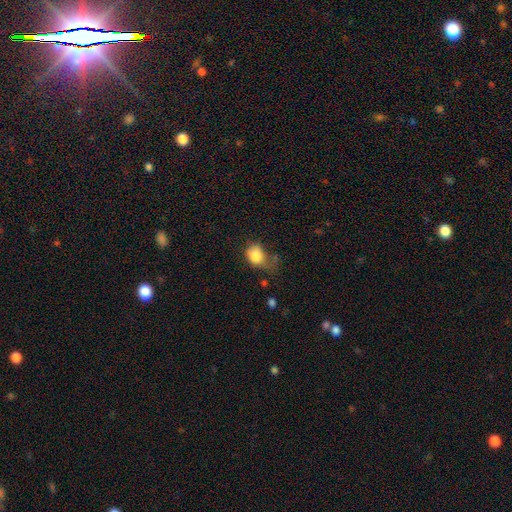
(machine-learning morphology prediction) smooth_or_featured: smooth (p=0.81) [alt: featured or disk p=0.10]
how_rounded: in between (p=0.53) [alt: round p=0.46]
merging: minor disturbance (p=0.32) [tied with: major disturbance p=0.32]